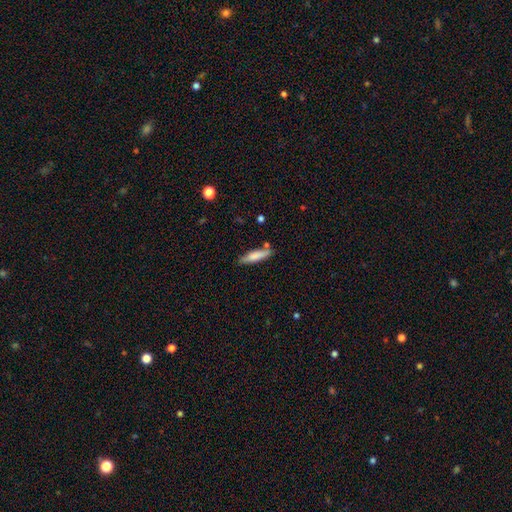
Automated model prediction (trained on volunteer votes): A smooth galaxy with no disk features (77%) that is cigar-shaped (77%).

Vote fractions:
- Smooth or featured? smooth: 77% / featured or disk: 17% / star or artifact: 6%
- How rounded? cigar-shaped: 77% / in between: 22% / round: 2%
- Merging? none: 76% / minor disturbance: 16% / merger: 6% / major disturbance: 3%